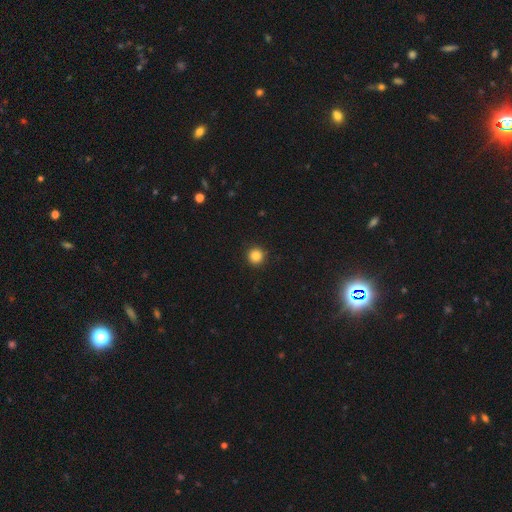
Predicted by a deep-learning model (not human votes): smooth-or-featured: smooth: 86% | star or artifact: 11% | featured or disk: 3%
  how-rounded: round: 96% | in between: 3% | cigar-shaped: 1%
  merging: none: 92% | minor disturbance: 5% | major disturbance: 2% | merger: 1%